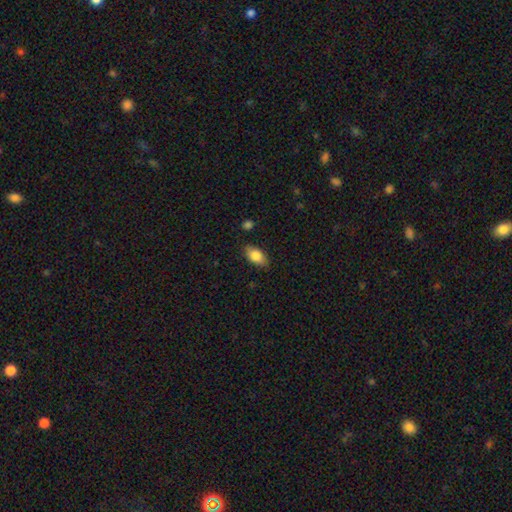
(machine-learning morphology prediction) smooth-or-featured: smooth: 83% | featured or disk: 10% | star or artifact: 7%
  how-rounded: in between: 91% | round: 6% | cigar-shaped: 3%
  merging: none: 85% | minor disturbance: 11% | major disturbance: 2% | merger: 2%